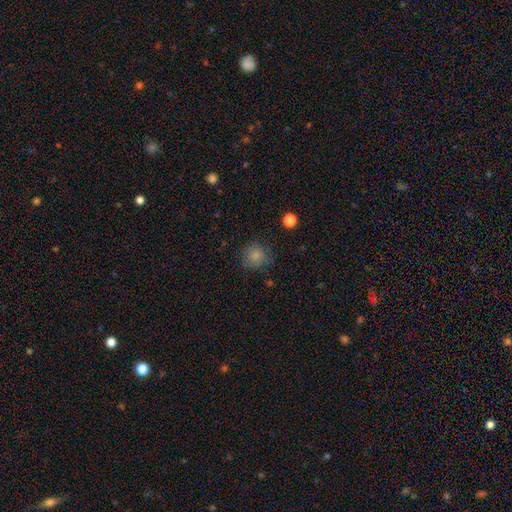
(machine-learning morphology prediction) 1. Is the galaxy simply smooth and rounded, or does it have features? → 82% smooth, 11% star or artifact, 7% featured or disk.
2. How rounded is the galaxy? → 90% round, 9% in between, 1% cigar-shaped.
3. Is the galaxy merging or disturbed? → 78% none, 16% minor disturbance, 5% major disturbance, 2% merger.